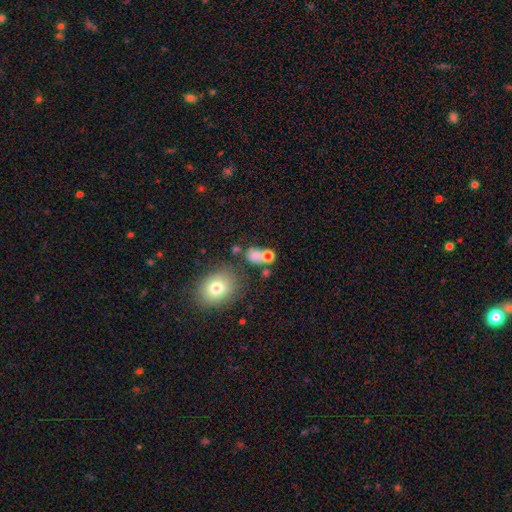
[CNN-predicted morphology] Q: Smooth or featured?
A: smooth (73%); runner-up: star or artifact (14%)
Q: How rounded?
A: in between (51%); runner-up: round (47%)
Q: Merging?
A: merger (42%); runner-up: none (36%)